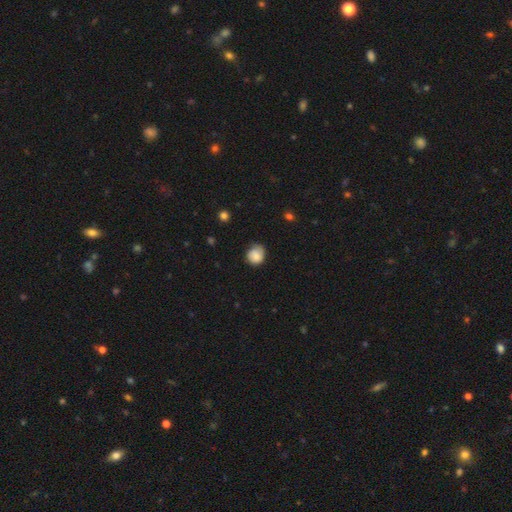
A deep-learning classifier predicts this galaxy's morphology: The model was most divided on "merging": none: 63%, minor disturbance: 28%, major disturbance: 7%, merger: 2%. More confident: smooth or featured — smooth (79%); how rounded — round (76%).